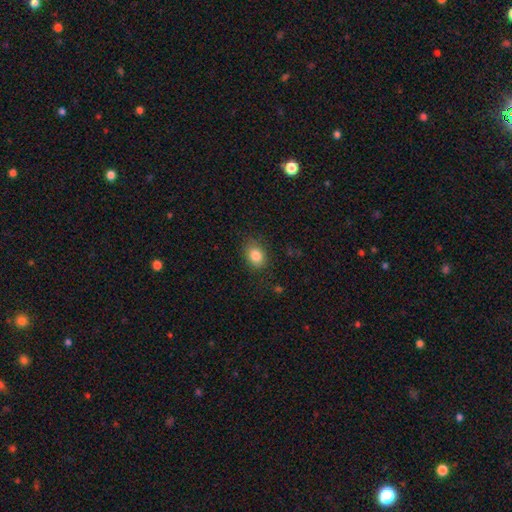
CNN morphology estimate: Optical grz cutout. It shows a smooth galaxy with no disk features (84%) that is in between round and cigar-shaped (60%). Merging: none (81%).